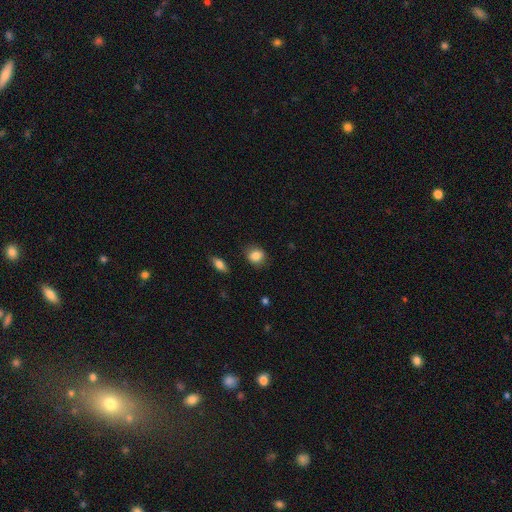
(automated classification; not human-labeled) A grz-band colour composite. It shows a smooth galaxy with no disk features (85%) that is round (66%). Merging: none (82%).